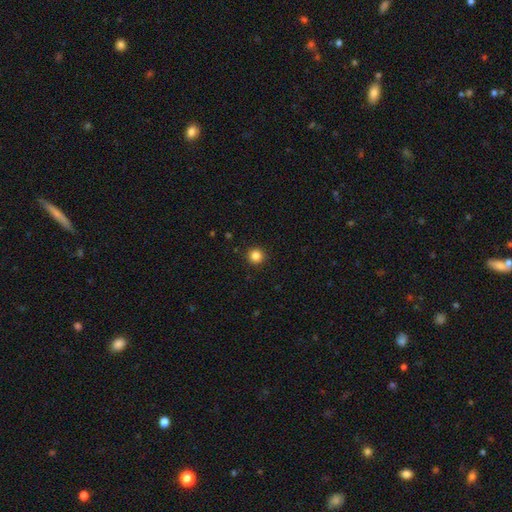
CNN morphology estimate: smooth_or_featured: smooth (p=0.84) [alt: star or artifact p=0.12]
how_rounded: round (p=0.95) [alt: in between p=0.04]
merging: none (p=0.93) [alt: minor disturbance p=0.05]